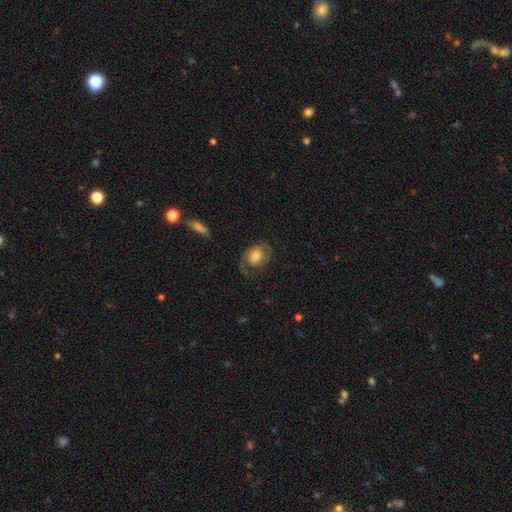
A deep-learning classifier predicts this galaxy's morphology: The model was most divided on "smooth or featured": featured or disk: 50%, smooth: 42%, star or artifact: 8%. More confident: merging — none (57%).